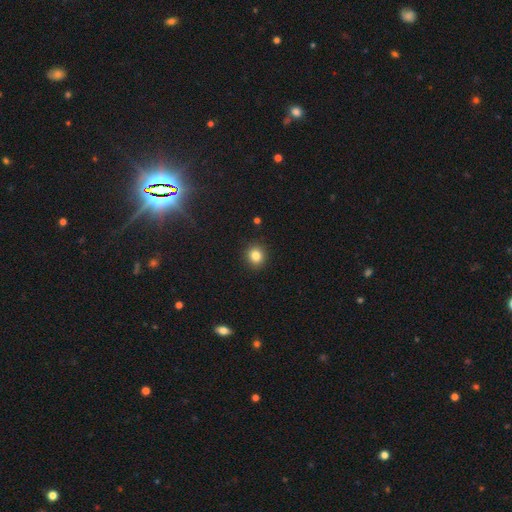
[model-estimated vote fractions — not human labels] smooth_or_featured: smooth (p=0.83) [alt: star or artifact p=0.11]
how_rounded: round (p=0.84) [alt: in between p=0.15]
merging: none (p=0.91) [alt: minor disturbance p=0.06]